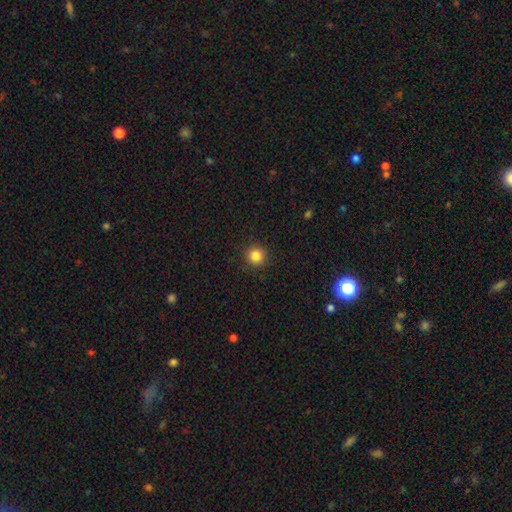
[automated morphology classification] smooth 84%, star or artifact 12%, featured or disk 4%. Down the decision tree: how rounded — round (95%); merging — none (92%).